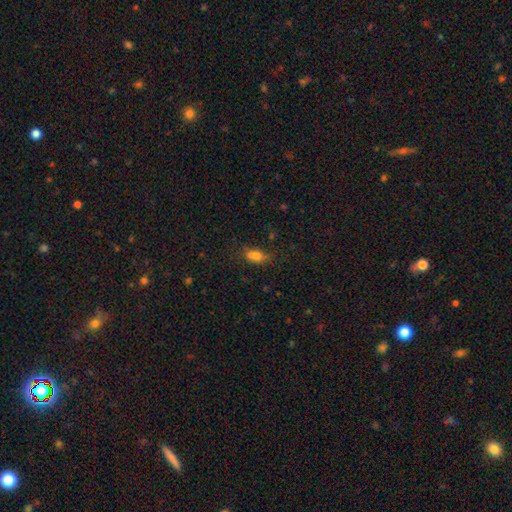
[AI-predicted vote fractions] Q: Smooth or featured?
A: smooth (73%); runner-up: featured or disk (14%)
Q: How rounded?
A: in between (72%); runner-up: round (21%)
Q: Merging?
A: none (45%); runner-up: merger (27%)